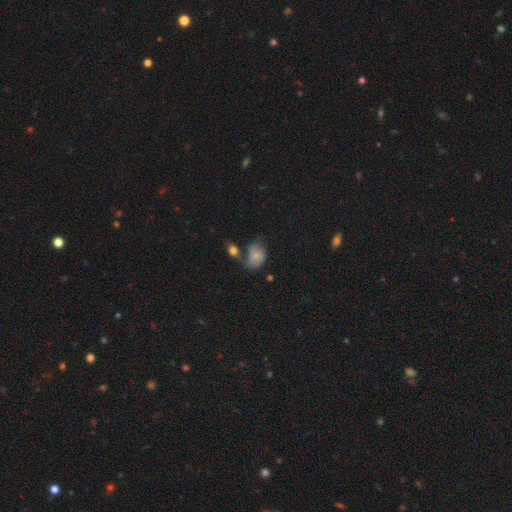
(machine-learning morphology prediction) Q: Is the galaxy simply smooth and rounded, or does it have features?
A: smooth — 69%.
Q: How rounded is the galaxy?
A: in between — 70%.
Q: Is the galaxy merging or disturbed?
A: none — 31%.